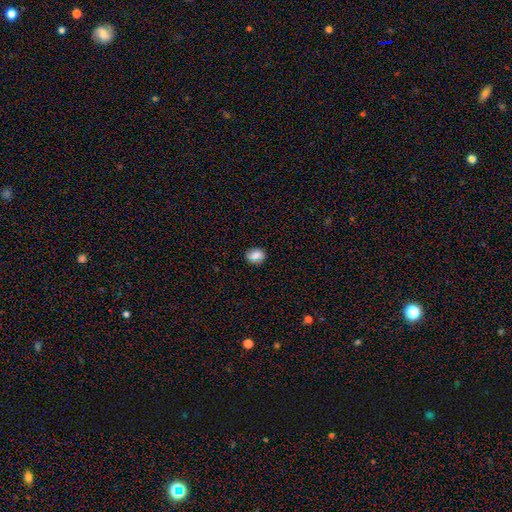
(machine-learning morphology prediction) This appears to be a smooth galaxy with no disk features (81%) that is in between round and cigar-shaped (54%). Merging: none (81%).